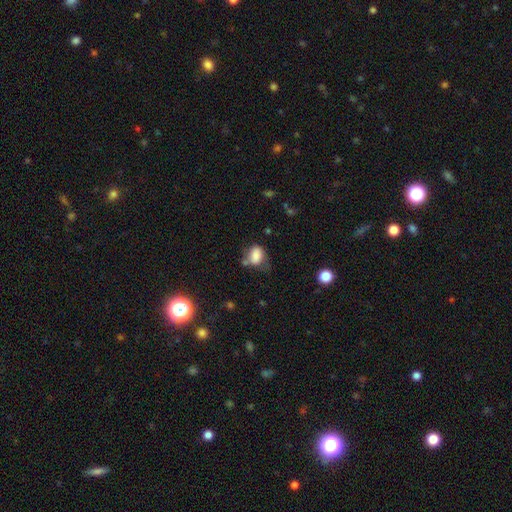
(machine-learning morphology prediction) smooth_or_featured: smooth (p=0.78) [alt: featured or disk p=0.12]
how_rounded: in between (p=0.73) [alt: round p=0.25]
merging: none (p=0.38) [alt: minor disturbance p=0.32]